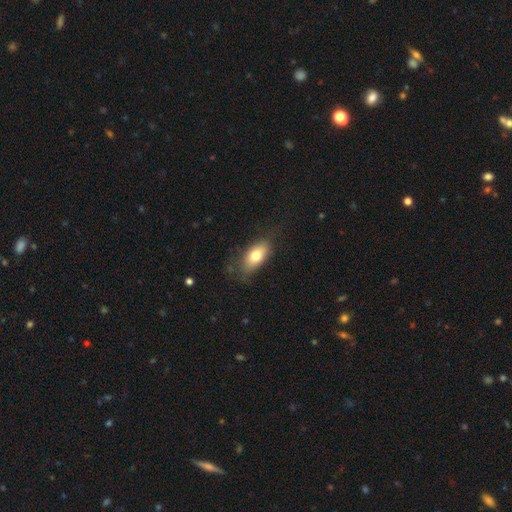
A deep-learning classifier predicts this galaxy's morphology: smooth-or-featured: smooth: 76% | featured or disk: 17% | star or artifact: 7%
  how-rounded: in between: 88% | cigar-shaped: 7% | round: 5%
  merging: none: 70% | minor disturbance: 21% | major disturbance: 7% | merger: 1%